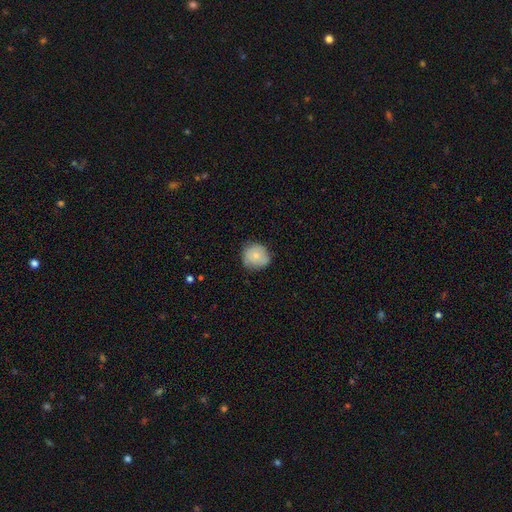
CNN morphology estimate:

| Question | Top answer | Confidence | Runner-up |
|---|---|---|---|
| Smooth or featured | smooth | 74% | featured or disk (19%) |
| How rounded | round | 85% | in between (14%) |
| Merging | none | 73% | minor disturbance (22%) |